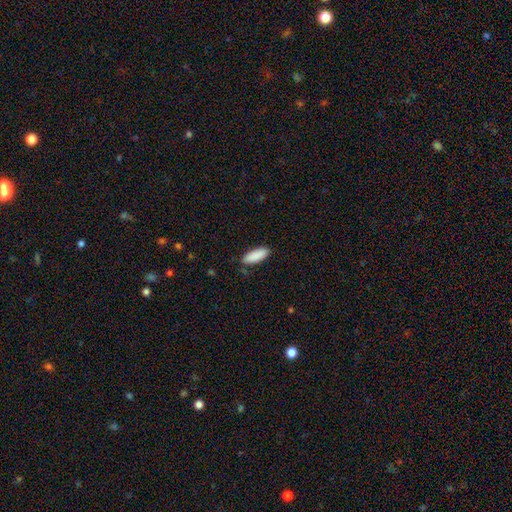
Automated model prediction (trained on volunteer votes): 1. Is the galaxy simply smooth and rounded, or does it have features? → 90% smooth, 6% star or artifact, 4% featured or disk.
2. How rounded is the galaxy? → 66% in between, 32% cigar-shaped, 1% round.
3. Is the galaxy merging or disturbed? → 85% none, 12% minor disturbance, 2% major disturbance, 1% merger.